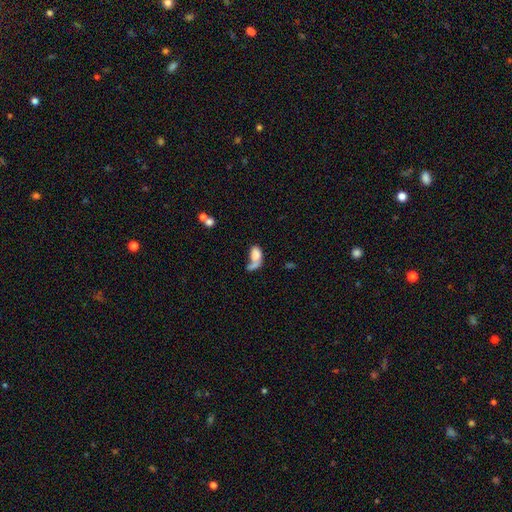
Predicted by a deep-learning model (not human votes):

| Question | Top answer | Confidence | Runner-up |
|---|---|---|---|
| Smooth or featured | smooth | 70% | featured or disk (21%) |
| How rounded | in between | 83% | round (14%) |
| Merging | merger | 42% | major disturbance (24%) |